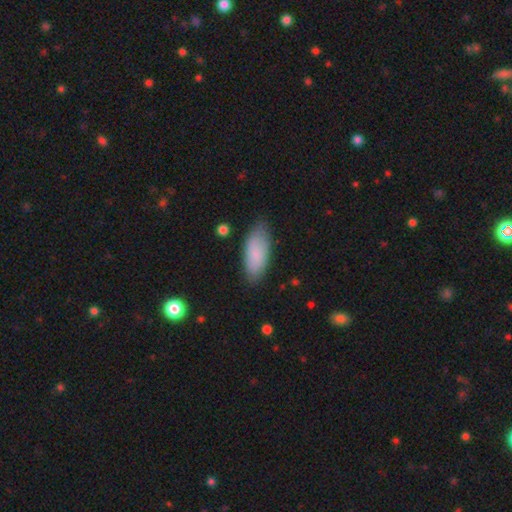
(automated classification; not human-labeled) Overall: smooth (82%). How rounded: in between (85%). Merging: none (77%).